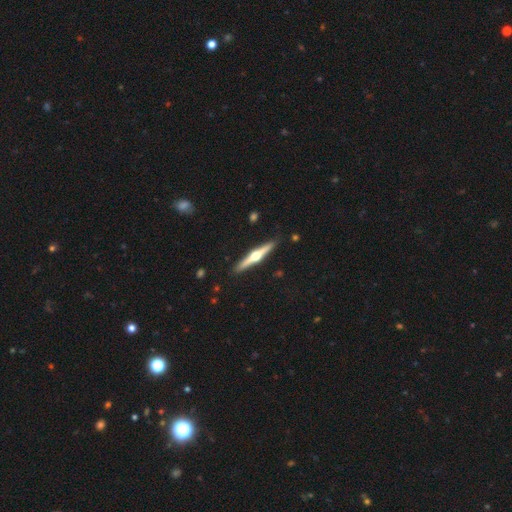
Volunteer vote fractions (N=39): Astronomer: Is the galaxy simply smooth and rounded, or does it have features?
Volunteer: featured or disk — 82%.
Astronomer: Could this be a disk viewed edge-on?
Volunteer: yes — 100%.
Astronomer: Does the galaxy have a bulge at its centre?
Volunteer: rounded — 97%.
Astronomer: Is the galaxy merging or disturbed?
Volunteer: none — 100%.